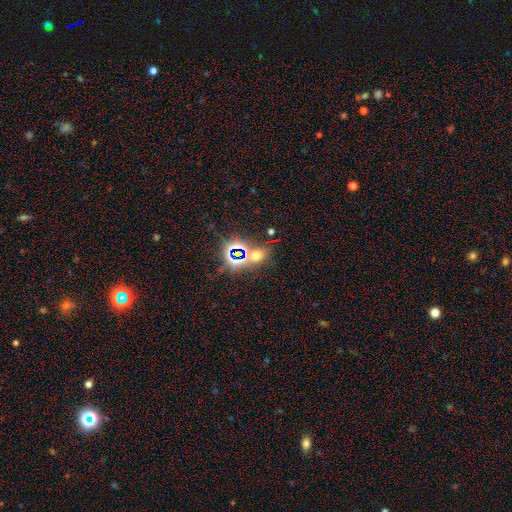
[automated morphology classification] smooth-or-featured: star or artifact: 49% | smooth: 42% | featured or disk: 10%